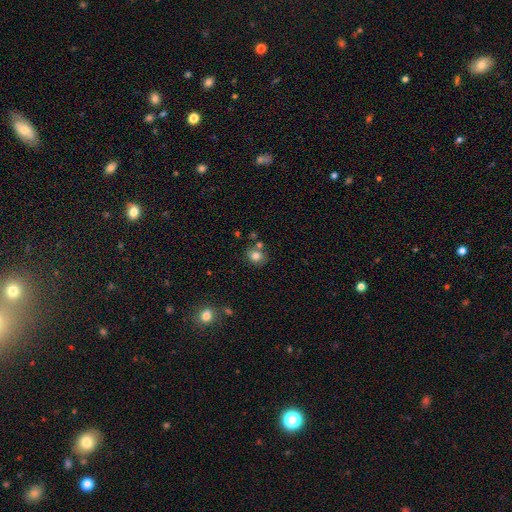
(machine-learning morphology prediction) smooth-or-featured: smooth: 80% | star or artifact: 11% | featured or disk: 9%
  how-rounded: round: 68% | in between: 31% | cigar-shaped: 1%
  merging: none: 66% | merger: 16% | minor disturbance: 13% | major disturbance: 4%